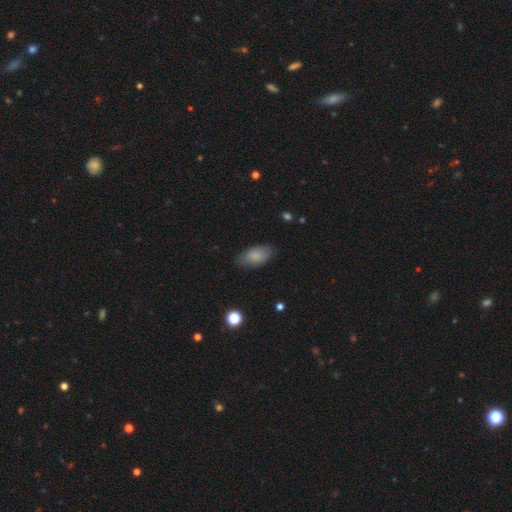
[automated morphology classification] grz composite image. It shows a smooth galaxy with no disk features (82%) that is in between round and cigar-shaped (93%). Merging: none (78%).